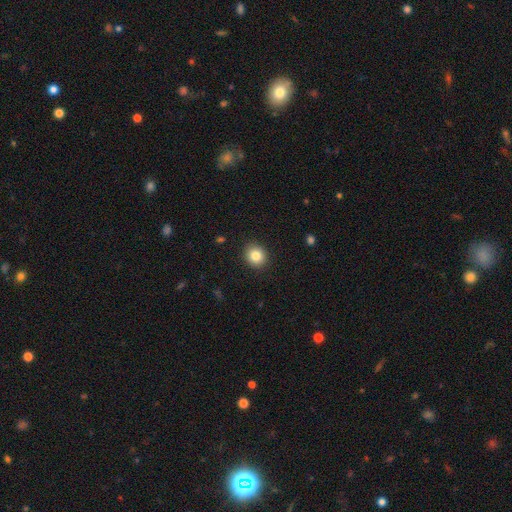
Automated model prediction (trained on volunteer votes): Smooth or featured: smooth — 83% (star or artifact — 10%)
How rounded: round — 76% (in between — 23%)
Merging: none — 90% (minor disturbance — 7%)